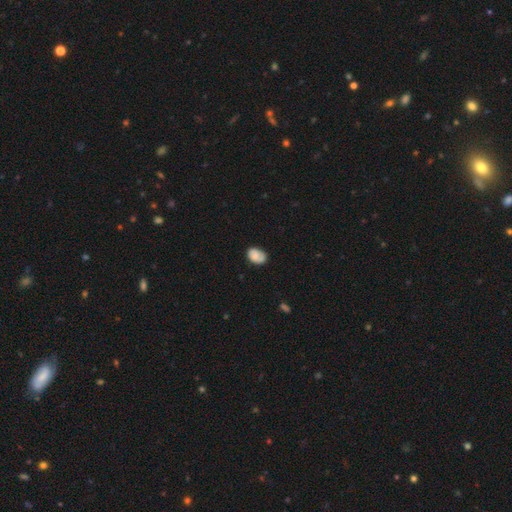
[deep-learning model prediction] A smooth galaxy with no disk features (70%) that is in between round and cigar-shaped (79%). Merging: none (62%).